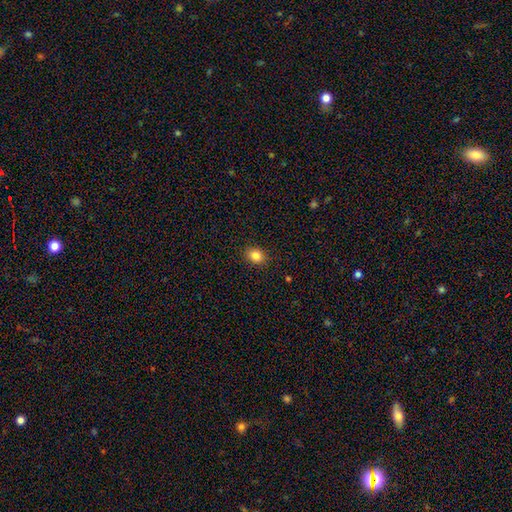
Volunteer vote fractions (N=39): A smooth galaxy with no disk features (77%) that is in between round and cigar-shaped (67%).

Vote fractions:
- Smooth or featured? smooth: 77% / featured or disk: 13% / star or artifact: 10%
- How rounded? in between: 67% / round: 30% / cigar-shaped: 3%
- Merging? none: 91% / minor disturbance: 9% / major disturbance: 0% / merger: 0%